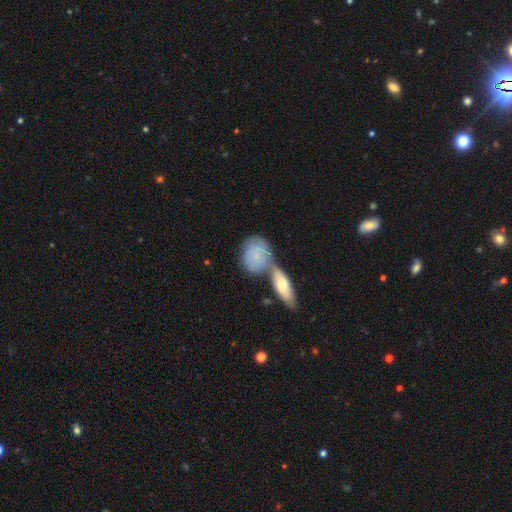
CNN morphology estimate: smooth-or-featured: smooth: 63% | featured or disk: 31% | star or artifact: 6%
  how-rounded: in between: 55% | round: 41% | cigar-shaped: 4%
  merging: merger: 47% | none: 35% | minor disturbance: 13% | major disturbance: 5%